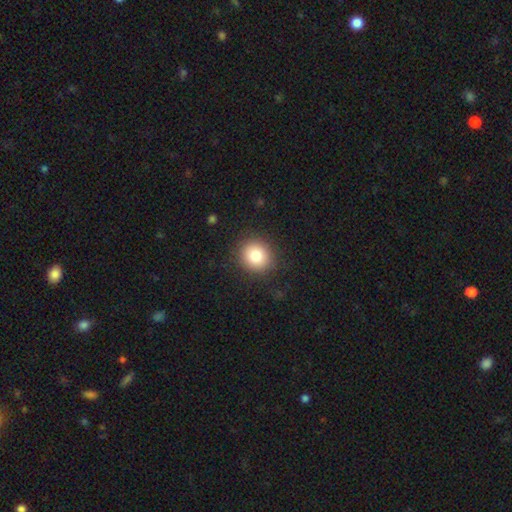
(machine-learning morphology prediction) Overall: smooth (83%). How rounded: round (88%). Merging: none (89%).